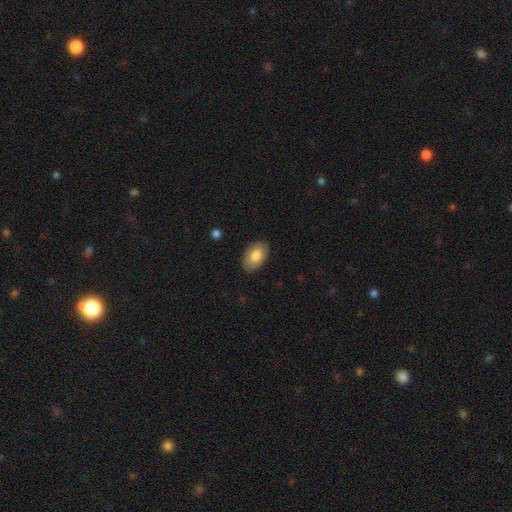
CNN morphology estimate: The model was most divided on "smooth or featured": smooth: 80%, featured or disk: 14%, star or artifact: 6%. More confident: how rounded — in between (92%); merging — none (87%).